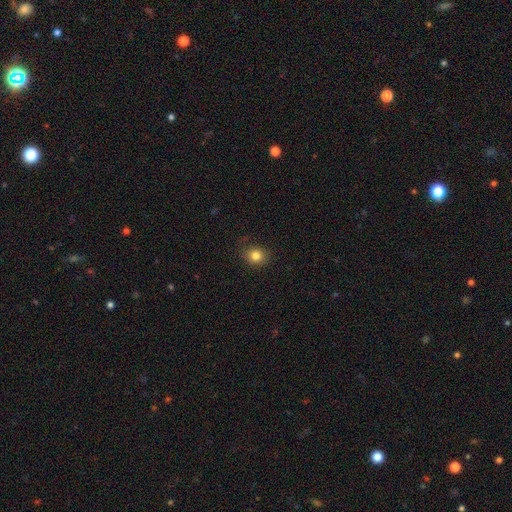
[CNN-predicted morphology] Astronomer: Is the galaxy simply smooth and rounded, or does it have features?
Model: smooth — 81%.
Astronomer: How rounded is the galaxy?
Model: round — 75%.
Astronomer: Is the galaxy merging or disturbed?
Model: none — 83%.